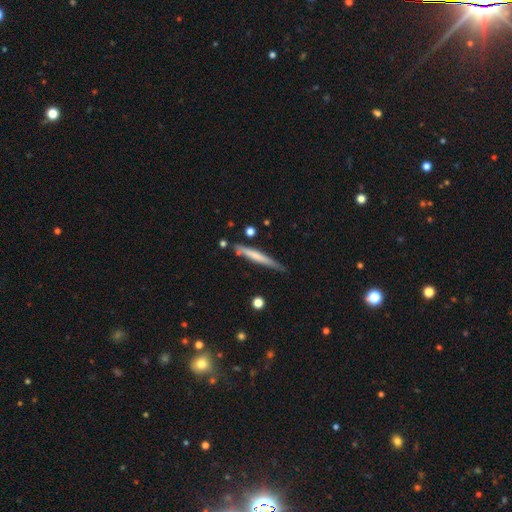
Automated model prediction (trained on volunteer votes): smooth-or-featured: smooth: 56% | featured or disk: 39% | star or artifact: 5%
  how-rounded: cigar-shaped: 96% | in between: 3% | round: 1%
  merging: none: 75% | minor disturbance: 17% | merger: 5% | major disturbance: 3%